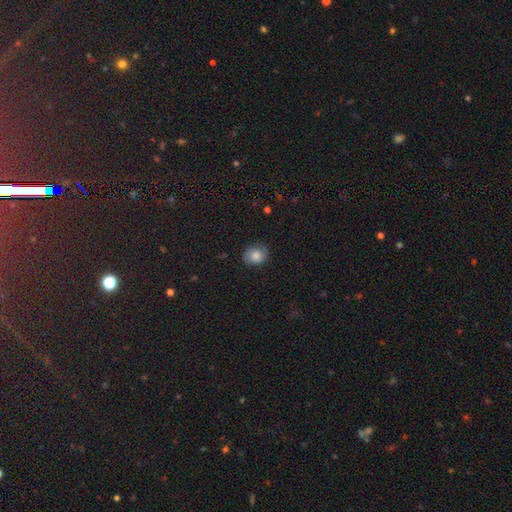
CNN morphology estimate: The model was most divided on "how rounded": round: 67%, in between: 32%, cigar-shaped: 1%. More confident: smooth or featured — smooth (77%); merging — none (73%).